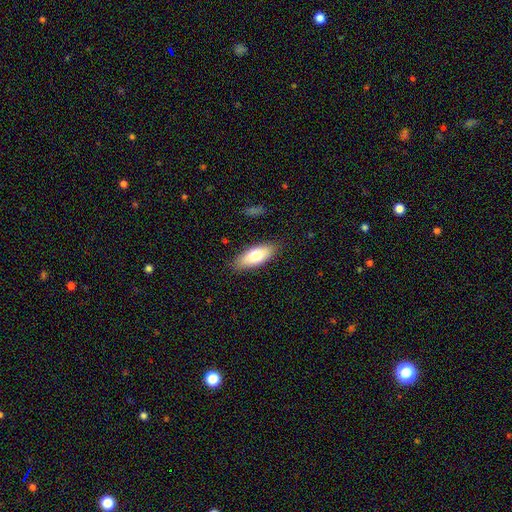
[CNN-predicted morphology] The model was most divided on "how rounded": in between: 76%, cigar-shaped: 22%, round: 2%. More confident: merging — none (86%); smooth or featured — smooth (75%).